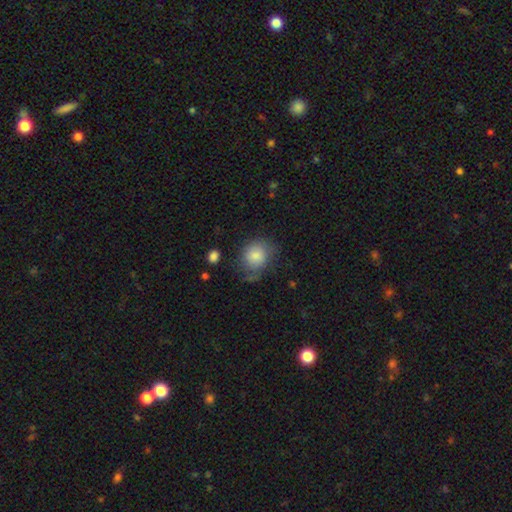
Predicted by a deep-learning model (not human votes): The model was most divided on "merging": none: 54%, minor disturbance: 28%, major disturbance: 15%, merger: 3%. More confident: smooth or featured — smooth (80%); how rounded — round (70%).